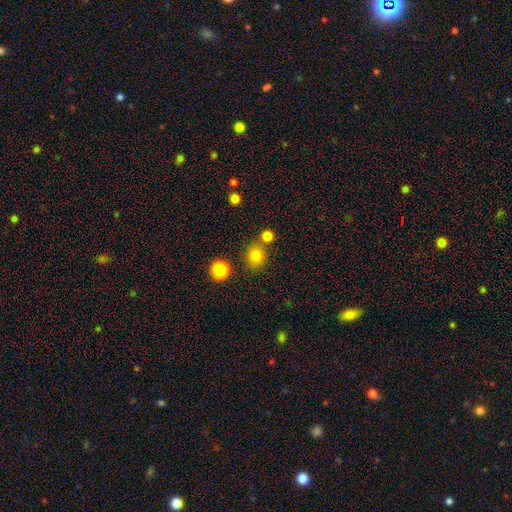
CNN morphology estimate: This is clearly a smooth galaxy (82%). How rounded: clearly round (84%). Merging: likely none (72%).